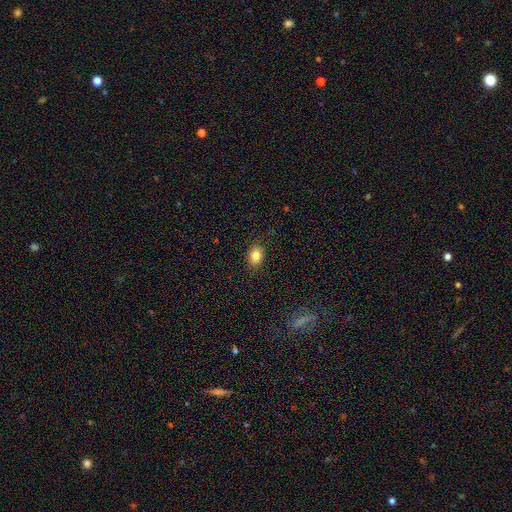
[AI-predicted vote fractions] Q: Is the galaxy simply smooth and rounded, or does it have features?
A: smooth — 84%.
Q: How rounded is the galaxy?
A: in between — 78%.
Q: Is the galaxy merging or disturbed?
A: none — 87%.